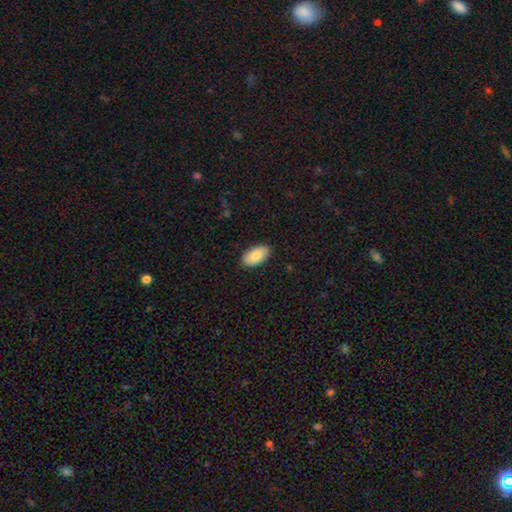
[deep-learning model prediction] Smooth or featured: smooth — 84% (featured or disk — 10%)
How rounded: in between — 95% (round — 3%)
Merging: none — 88% (minor disturbance — 9%)